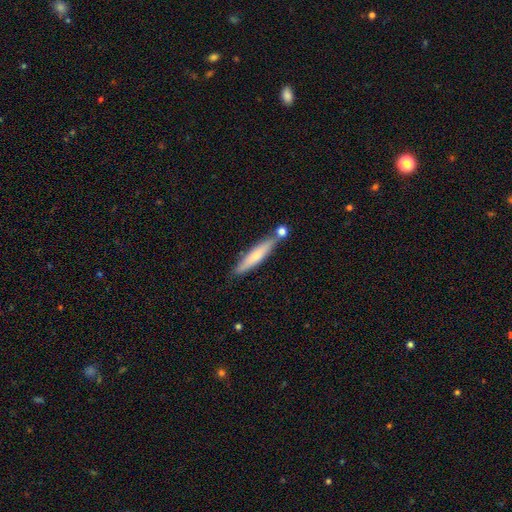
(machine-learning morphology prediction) The model was most divided on "smooth or featured": smooth: 61%, featured or disk: 34%, star or artifact: 6%. More confident: how rounded — cigar-shaped (90%); merging — none (69%).